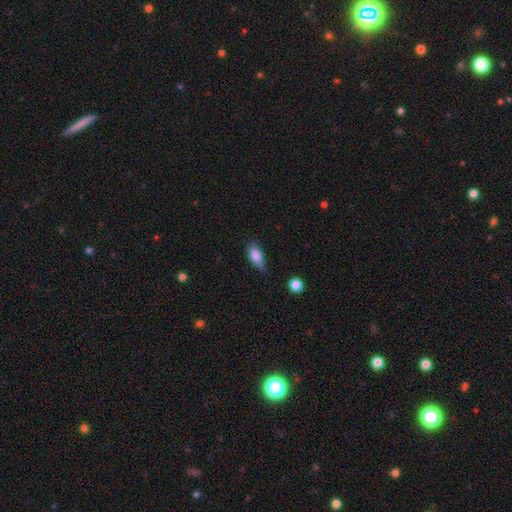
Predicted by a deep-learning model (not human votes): Overall: smooth (82%). How rounded: in between (84%). Merging: none (62%; minor disturbance 31%).